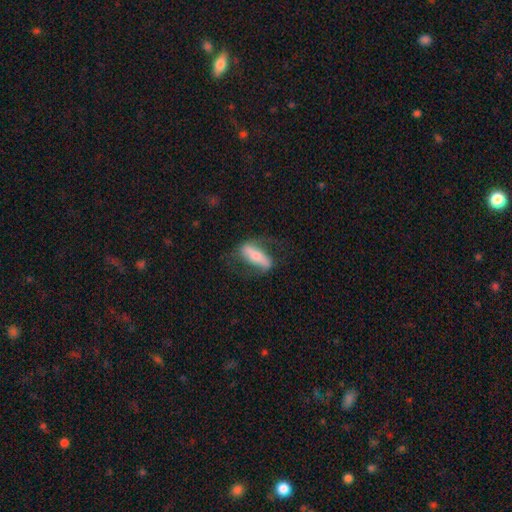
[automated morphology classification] This appears to be a featured or disk galaxy (51%). Merging: none (65%).